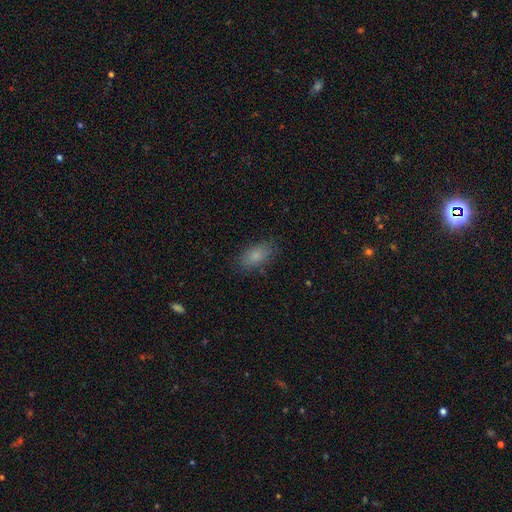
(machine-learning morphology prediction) smooth 82%, featured or disk 9%, star or artifact 9%. Down the decision tree: how rounded — in between (89%); merging — none (83%).